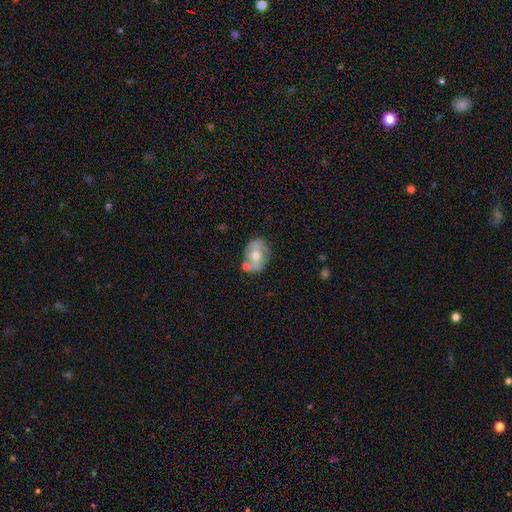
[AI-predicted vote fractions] smooth_or_featured: featured or disk (p=0.50) [alt: smooth p=0.43]
merging: none (p=0.62) [alt: minor disturbance p=0.18]